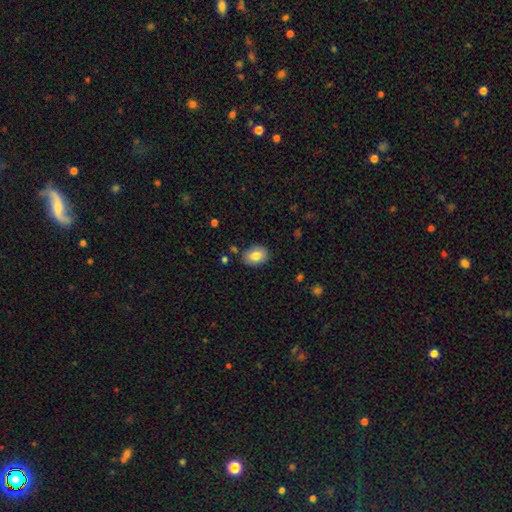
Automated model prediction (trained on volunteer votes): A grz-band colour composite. It shows a smooth galaxy with no disk features (81%) that is in between round and cigar-shaped (79%). Merging: none (84%).